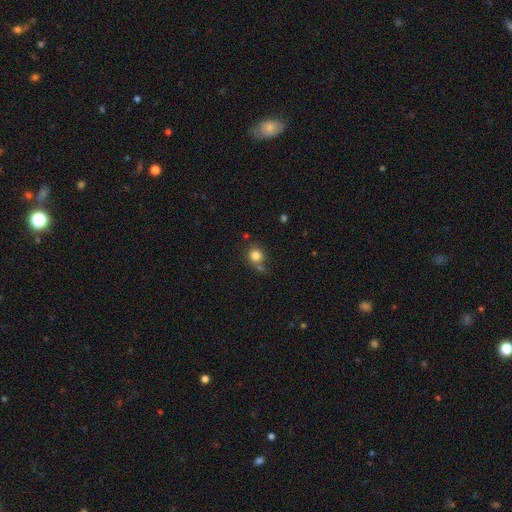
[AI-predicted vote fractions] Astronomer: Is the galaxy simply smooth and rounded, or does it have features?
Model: smooth — 82%.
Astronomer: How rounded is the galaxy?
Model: round — 88%.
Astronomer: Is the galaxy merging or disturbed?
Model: none — 65%.